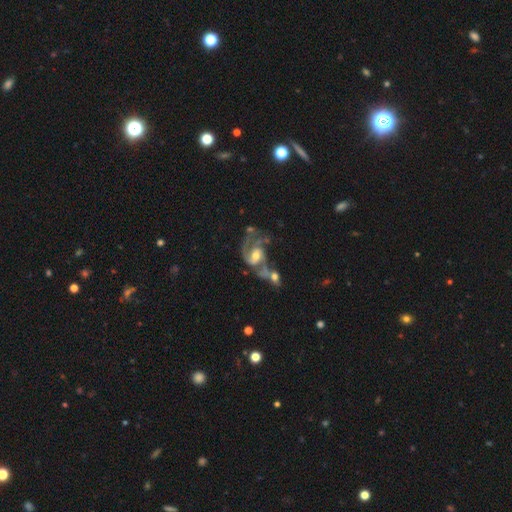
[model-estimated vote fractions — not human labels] Morphology: type=featured or disk (87%); edge-on=no (98%); bar=no (44%); spiral arms=yes (95%); winding=medium (51%); arm count=2 (69%); bulge=moderate (64%); merging=merger (37%).